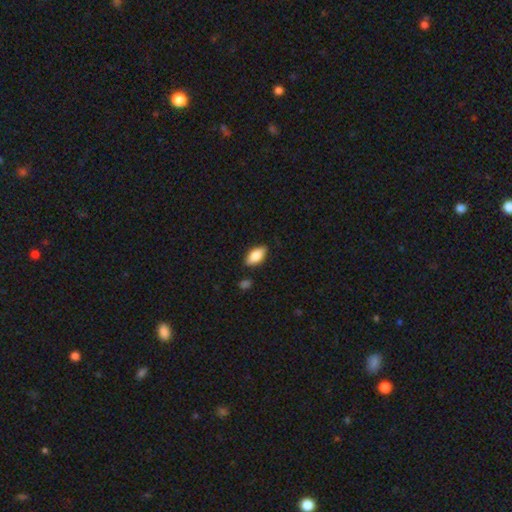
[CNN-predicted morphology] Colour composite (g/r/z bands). It shows a smooth galaxy with no disk features (80%) that is in between round and cigar-shaped (90%). Merging: none (83%).